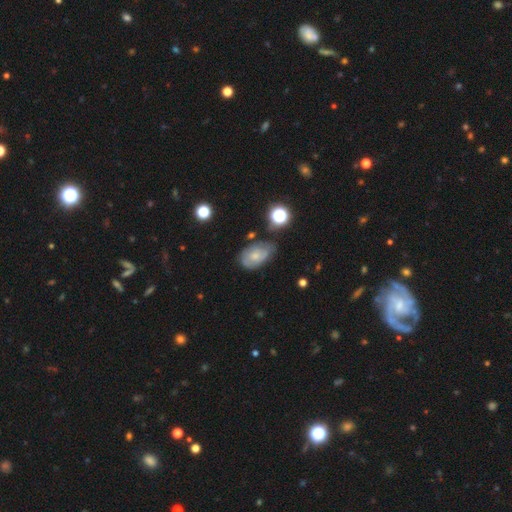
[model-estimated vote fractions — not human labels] Q: Smooth or featured?
A: smooth (46%); runner-up: featured or disk (44%)
Q: Merging?
A: none (47%); runner-up: minor disturbance (35%)